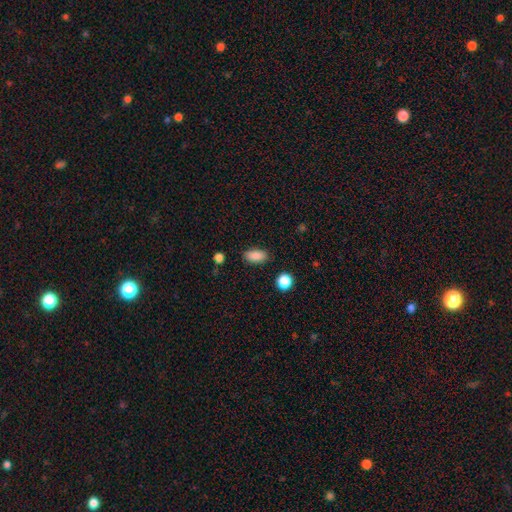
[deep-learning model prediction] The model was most divided on "merging": none: 86%, minor disturbance: 10%, major disturbance: 3%, merger: 2%. More confident: how rounded — in between (89%); smooth or featured — smooth (87%).